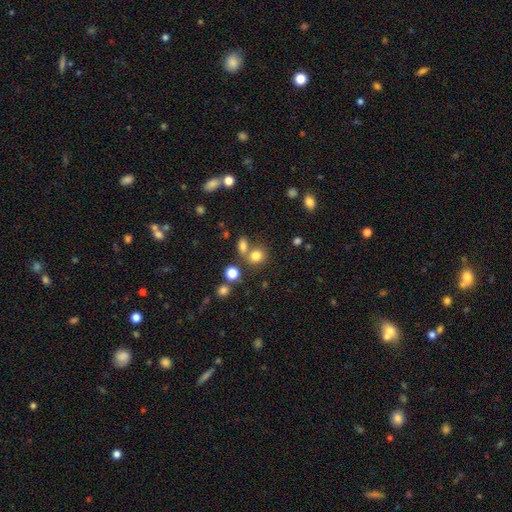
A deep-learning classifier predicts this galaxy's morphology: smooth 78%, star or artifact 14%, featured or disk 8%. Down the decision tree: how rounded — round (70%); merging — none (57%).